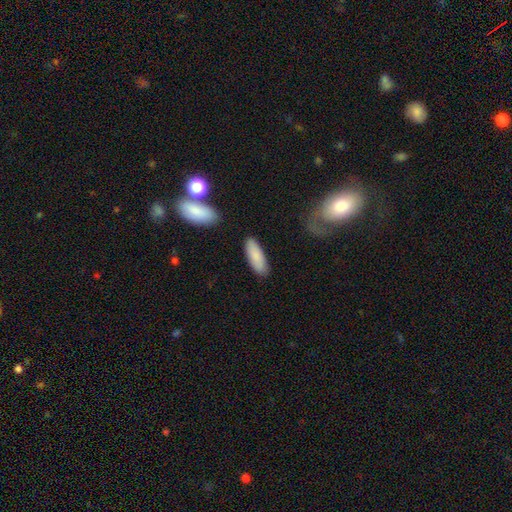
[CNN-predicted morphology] Smooth or featured?
  - smooth: 86% *
  - featured or disk: 8%
  - star or artifact: 6%
How rounded?
  - in between: 63% *
  - cigar-shaped: 36%
  - round: 2%
Merging?
  - none: 84% *
  - minor disturbance: 11%
  - major disturbance: 3%
  - merger: 2%